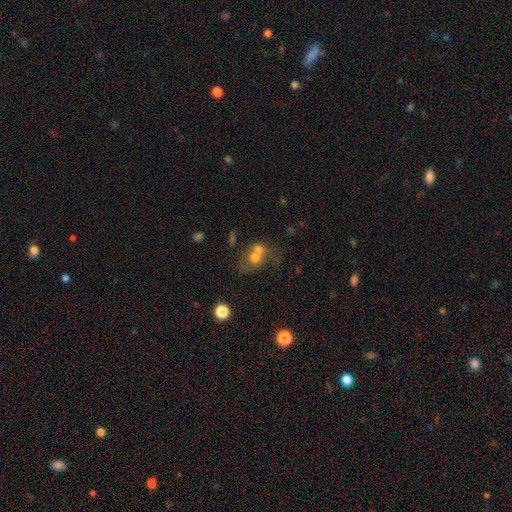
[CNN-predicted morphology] smooth-or-featured: smooth: 63% | featured or disk: 24% | star or artifact: 13%
  how-rounded: round: 62% | in between: 36% | cigar-shaped: 1%
  merging: merger: 59% | none: 27% | minor disturbance: 8% | major disturbance: 6%